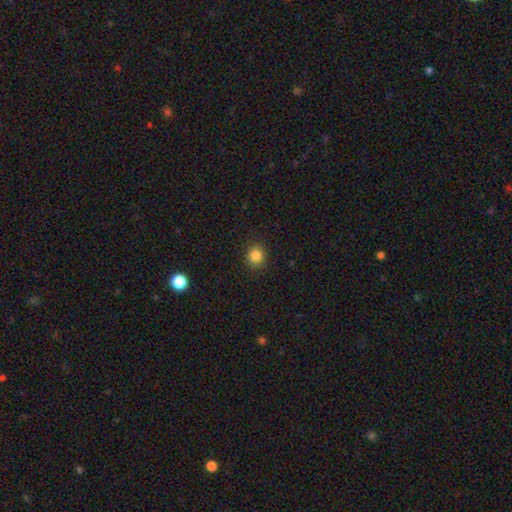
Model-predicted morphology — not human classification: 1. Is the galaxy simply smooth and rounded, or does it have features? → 84% smooth, 11% star or artifact, 4% featured or disk.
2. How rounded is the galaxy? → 88% round, 11% in between, 1% cigar-shaped.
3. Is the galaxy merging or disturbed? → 90% none, 7% minor disturbance, 2% major disturbance, 1% merger.